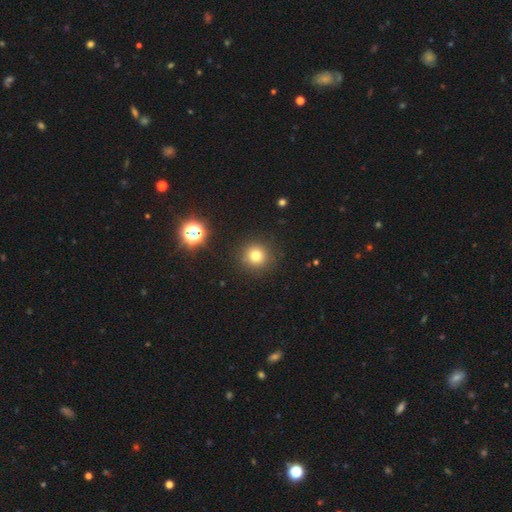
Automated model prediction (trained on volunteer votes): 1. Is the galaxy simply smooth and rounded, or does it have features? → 76% smooth, 17% star or artifact, 7% featured or disk.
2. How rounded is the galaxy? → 94% round, 5% in between, 1% cigar-shaped.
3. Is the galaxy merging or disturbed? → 90% none, 6% minor disturbance, 2% major disturbance, 2% merger.